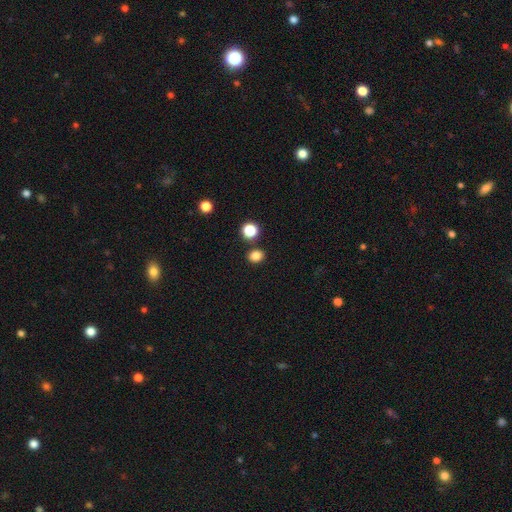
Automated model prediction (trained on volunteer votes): Morphology: type=smooth (83%); roundness=round (61%); merging=none (82%).